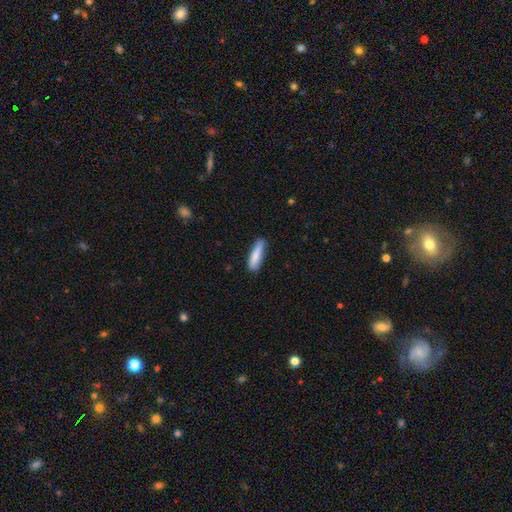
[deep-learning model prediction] Smooth or featured? Predicted: smooth (p=0.83). How rounded? Predicted: cigar-shaped (p=0.72). Merging? Predicted: none (p=0.77).